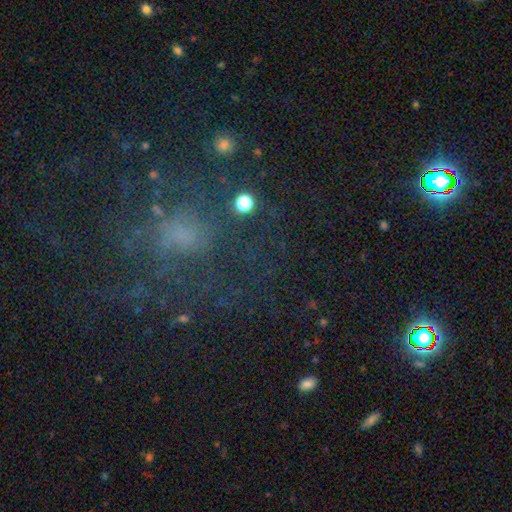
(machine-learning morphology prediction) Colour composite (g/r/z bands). It shows a star or artifact, not a galaxy (34%, tied with smooth).